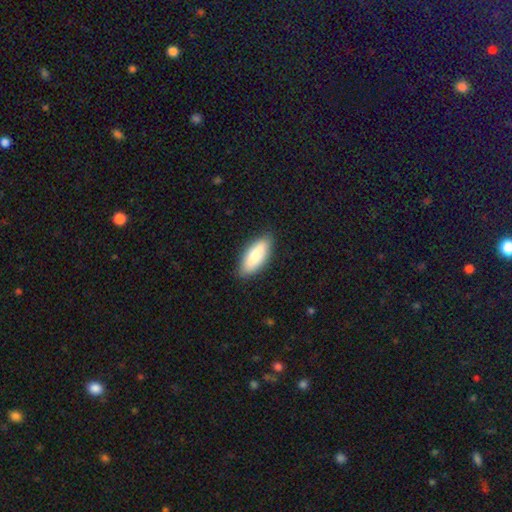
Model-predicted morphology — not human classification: The model was most divided on "how rounded": in between: 76%, cigar-shaped: 22%, round: 2%. More confident: merging — none (86%); smooth or featured — smooth (78%).